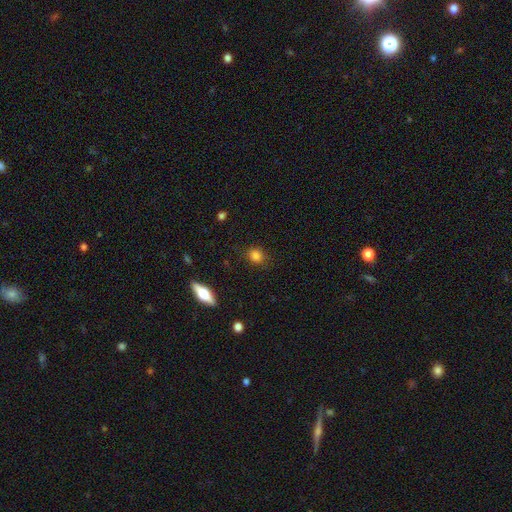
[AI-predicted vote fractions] Smooth or featured? Predicted: smooth (p=0.82). How rounded? Predicted: round (p=0.75). Merging? Predicted: none (p=0.84).